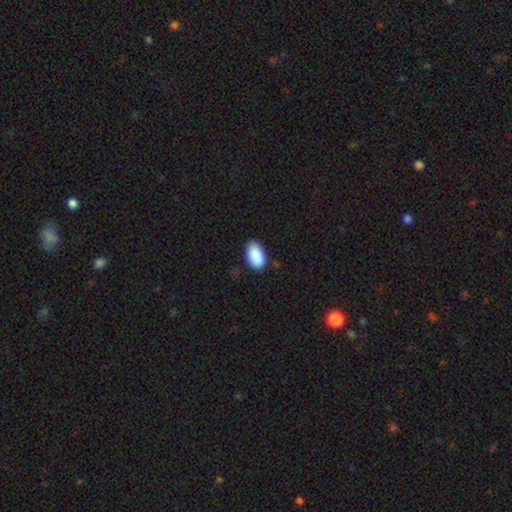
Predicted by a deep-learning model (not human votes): smooth 90%, star or artifact 6%, featured or disk 4%. Down the decision tree: how rounded — in between (95%); merging — none (84%).